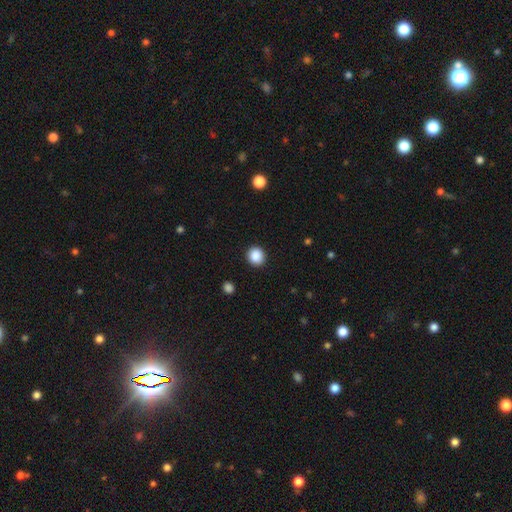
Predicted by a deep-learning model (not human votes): Smooth or featured? smooth (88%)
How rounded? round (88%)
Merging? none (92%)